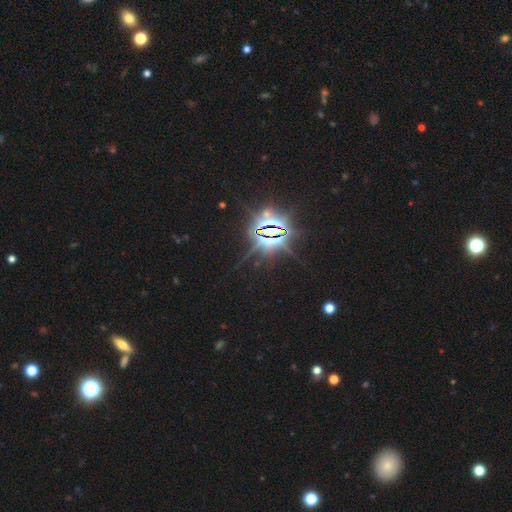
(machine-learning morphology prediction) A star or artifact, not a galaxy (84%).

Vote fractions:
- Smooth or featured? star or artifact: 84% / smooth: 9% / featured or disk: 6%